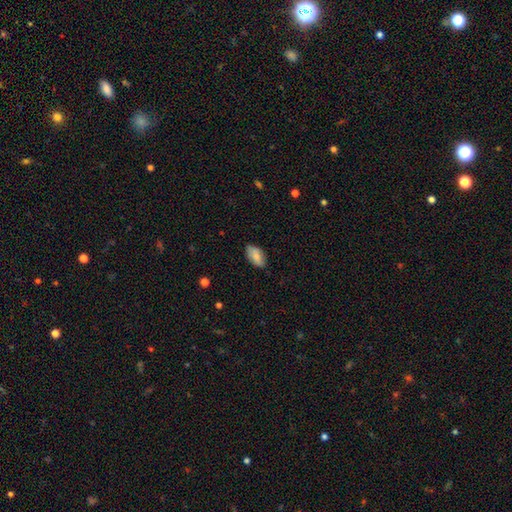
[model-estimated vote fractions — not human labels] smooth 78%, featured or disk 16%, star or artifact 7%. Down the decision tree: how rounded — in between (94%); merging — none (79%).